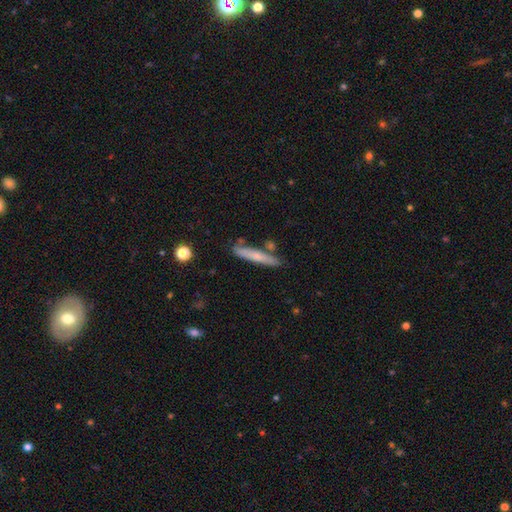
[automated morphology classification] Smooth or featured? Predicted: smooth (p=0.60). How rounded? Predicted: cigar-shaped (p=0.92). Merging? Predicted: none (p=0.76).